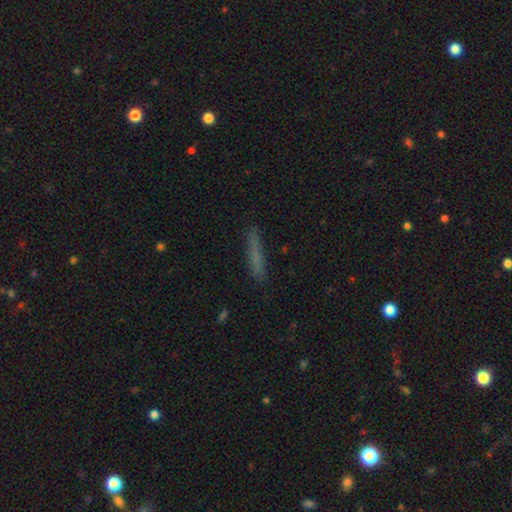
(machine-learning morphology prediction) Smooth or featured? Predicted: smooth (p=0.70). How rounded? Predicted: cigar-shaped (p=0.94). Merging? Predicted: none (p=0.87).